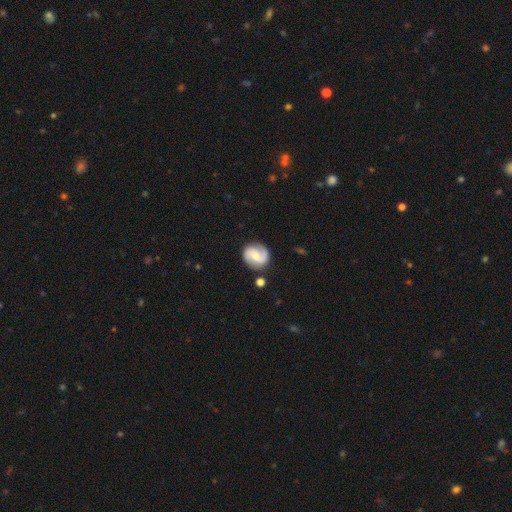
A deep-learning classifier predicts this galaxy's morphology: featured or disk 75%, smooth 20%, star or artifact 6%. Down the decision tree: edge-on disk — no (98%); bar — no (50%); spiral arms — yes (95%); spiral arm count — 2 (89%); spiral winding — medium (47%); bulge size — moderate (46%); merging — none (82%).